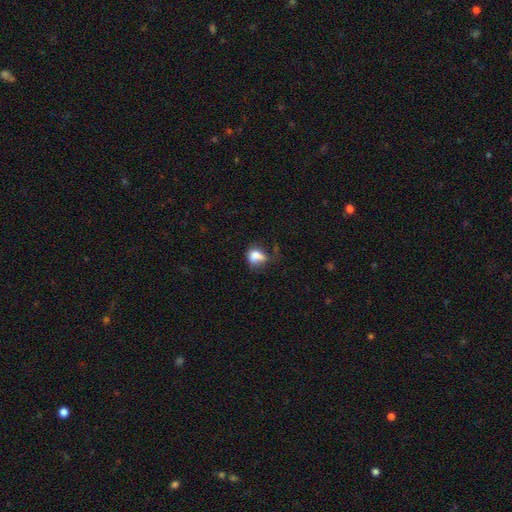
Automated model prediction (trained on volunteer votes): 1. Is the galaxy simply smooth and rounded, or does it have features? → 73% smooth, 16% featured or disk, 11% star or artifact.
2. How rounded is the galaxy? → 61% in between, 36% round, 2% cigar-shaped.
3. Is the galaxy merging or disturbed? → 30% none, 28% minor disturbance, 28% major disturbance, 14% merger.